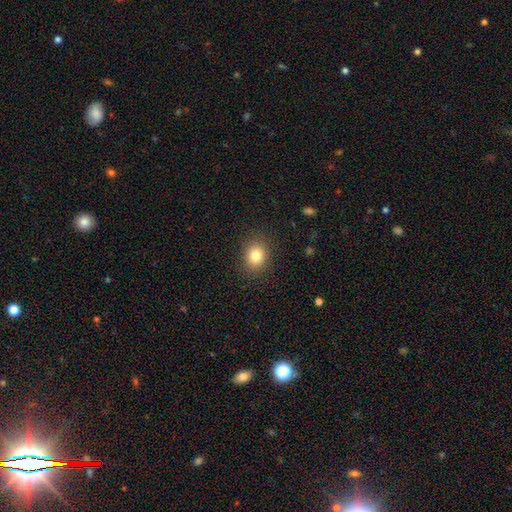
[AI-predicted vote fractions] Smooth or featured? Predicted: smooth (p=0.82). How rounded? Predicted: round (p=0.52). Merging? Predicted: none (p=0.88).